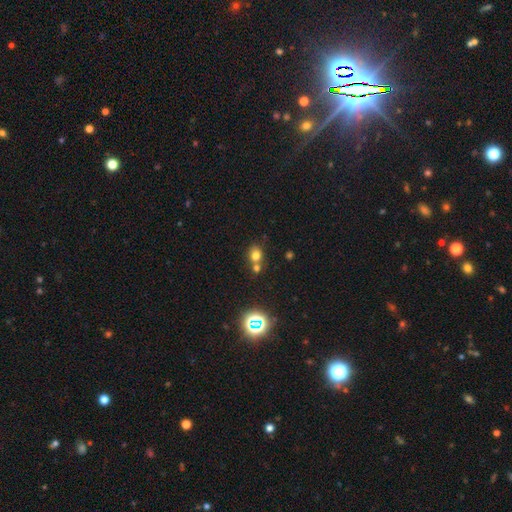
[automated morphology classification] Q: Smooth or featured?
A: smooth (72%); runner-up: star or artifact (18%)
Q: How rounded?
A: round (67%); runner-up: in between (32%)
Q: Merging?
A: none (48%); runner-up: merger (40%)